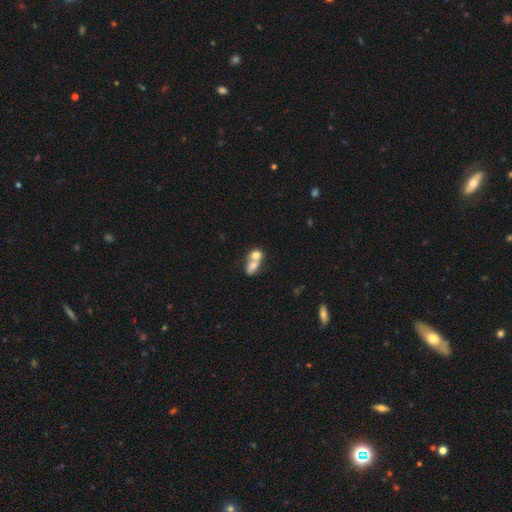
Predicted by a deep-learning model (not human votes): smooth 70%, featured or disk 21%, star or artifact 9%. Down the decision tree: how rounded — in between (63%); merging — merger (75%).